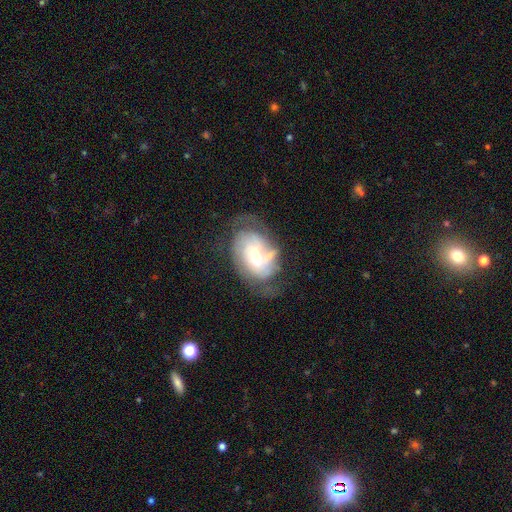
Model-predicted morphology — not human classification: type=featured or disk (73%); edge-on=no (96%); bar=weak (46%); spiral arms=yes (86%); winding=tight (48%); arm count=can't tell (37%); bulge=moderate (55%); merging=none (49%).